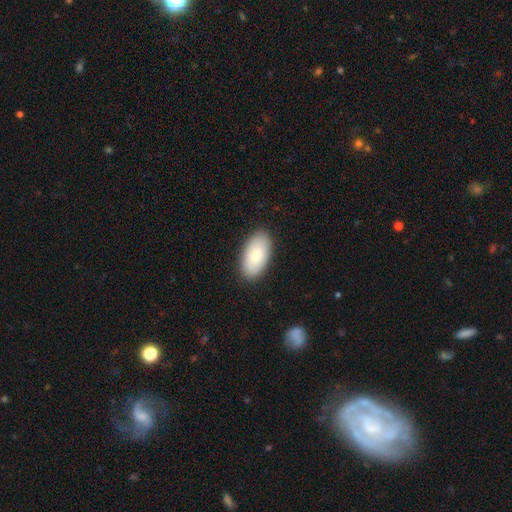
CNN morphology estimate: type=smooth (77%); roundness=in between (95%); merging=none (89%).